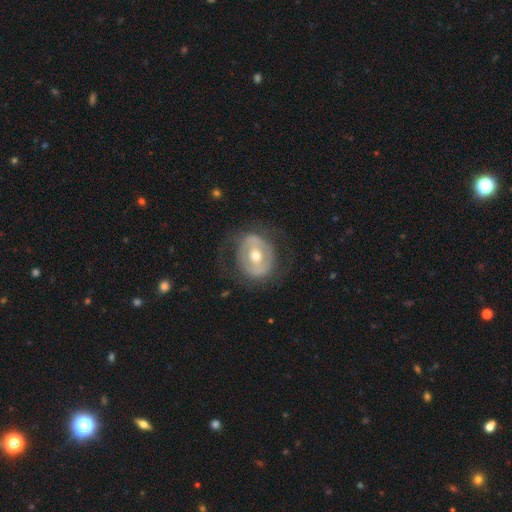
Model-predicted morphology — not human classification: Overall: featured or disk (67%; smooth 28%). Edge-on disk: no (95%). Bar: no (37%; weak 34%). Spiral arms: no (68%; yes 32%). Bulge size: moderate (70%). Merging: none (69%).